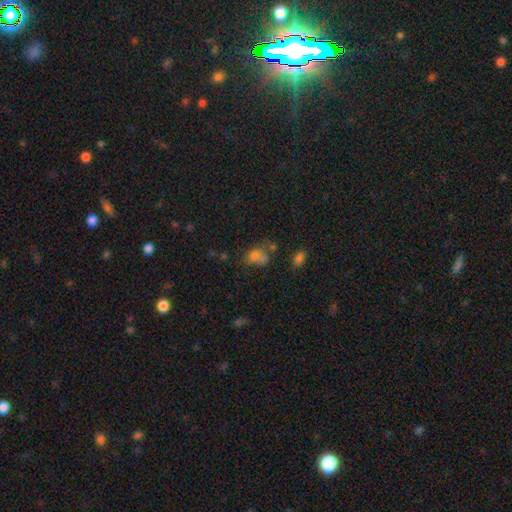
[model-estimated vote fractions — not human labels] smooth-or-featured: smooth: 71% | star or artifact: 15% | featured or disk: 14%
  how-rounded: in between: 60% | round: 39% | cigar-shaped: 1%
  merging: none: 34% | minor disturbance: 24% | merger: 22% | major disturbance: 20%